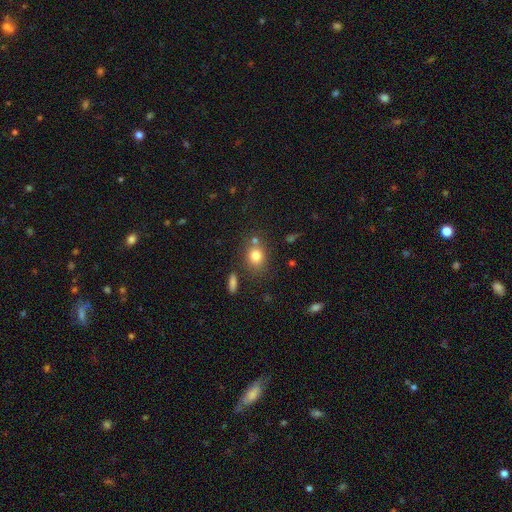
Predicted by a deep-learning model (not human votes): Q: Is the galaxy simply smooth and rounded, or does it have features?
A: smooth — 79%.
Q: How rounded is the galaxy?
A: round — 53%.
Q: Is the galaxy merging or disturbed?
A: none — 70%.